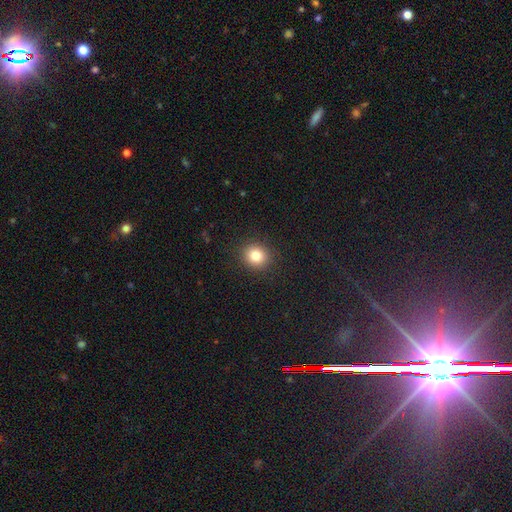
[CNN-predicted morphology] smooth 81%, star or artifact 12%, featured or disk 7%. Down the decision tree: how rounded — round (82%); merging — none (90%).